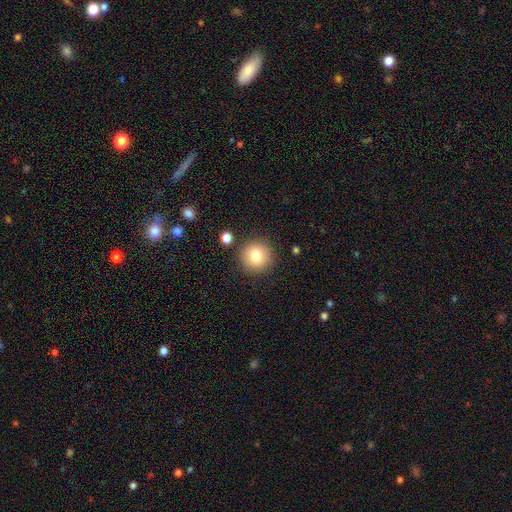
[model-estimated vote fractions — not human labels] Q: Smooth or featured?
A: smooth (79%); runner-up: star or artifact (10%)
Q: How rounded?
A: round (94%); runner-up: in between (5%)
Q: Merging?
A: none (87%); runner-up: minor disturbance (7%)